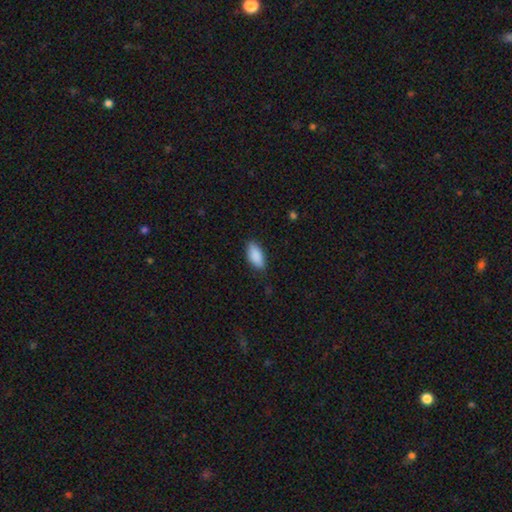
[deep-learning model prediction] Smooth or featured? Predicted: smooth (p=0.89). How rounded? Predicted: in between (p=0.89). Merging? Predicted: none (p=0.83).